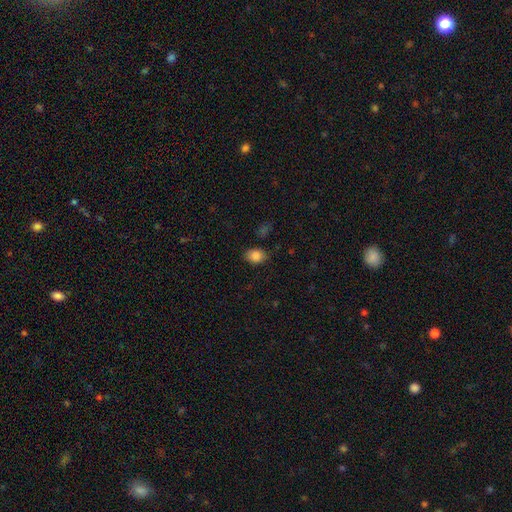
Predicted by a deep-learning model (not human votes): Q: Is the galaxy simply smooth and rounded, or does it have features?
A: smooth — 85%.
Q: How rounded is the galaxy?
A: in between — 75%.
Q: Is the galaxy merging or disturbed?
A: none — 81%.